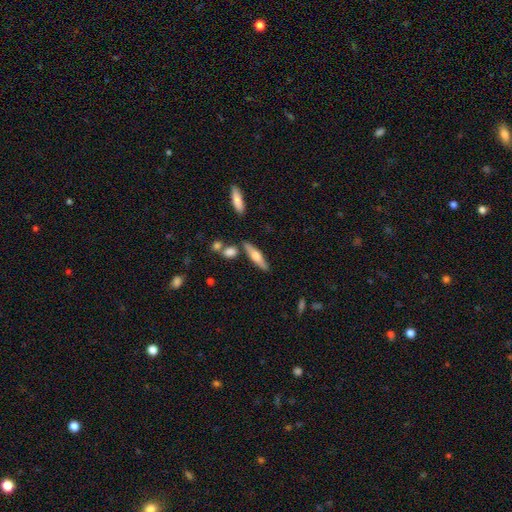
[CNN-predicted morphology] Smooth or featured? Predicted: smooth (p=0.52). How rounded? Predicted: cigar-shaped (p=0.70). Merging? Predicted: none (p=0.79).